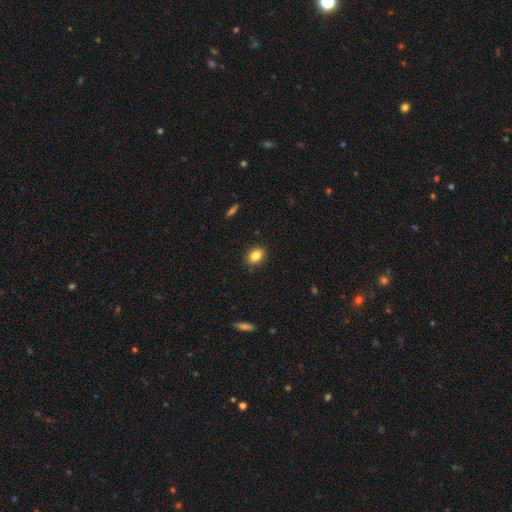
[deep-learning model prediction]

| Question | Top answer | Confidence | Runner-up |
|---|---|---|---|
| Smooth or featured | smooth | 84% | star or artifact (9%) |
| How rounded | in between | 75% | round (24%) |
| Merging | none | 89% | minor disturbance (8%) |